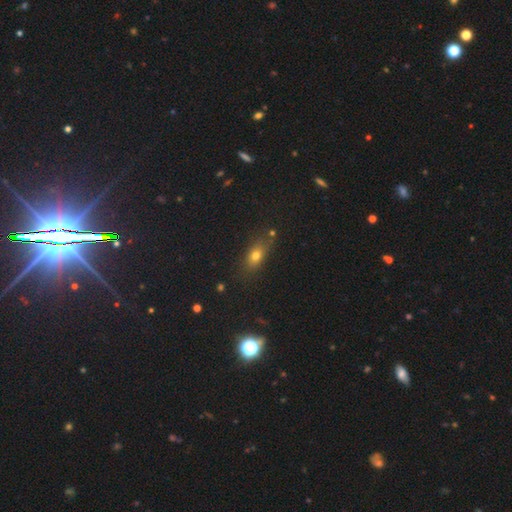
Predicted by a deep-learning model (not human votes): Q: Smooth or featured?
A: smooth (68%); runner-up: star or artifact (19%)
Q: How rounded?
A: in between (66%); runner-up: round (21%)
Q: Merging?
A: none (76%); runner-up: minor disturbance (15%)